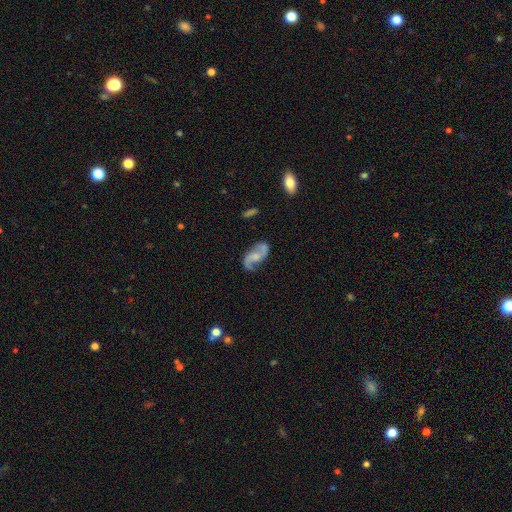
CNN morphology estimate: Smooth or featured?
  - featured or disk: 88% *
  - smooth: 8%
  - star or artifact: 5%
Edge-on disk?
  - no: 97% *
  - yes: 3%
Bar?
  - no: 50% *
  - weak: 39%
  - strong: 11%
Spiral arms?
  - yes: 97% *
  - no: 3%
Spiral winding?
  - loose: 58% *
  - medium: 34%
  - tight: 8%
Spiral arm count?
  - 2: 93% *
  - 1: 2%
  - can't tell: 2%
  - 3: 1%
  - 4: 1%
  - more than 4: 1%
Bulge size?
  - small: 39% *
  - moderate: 30%
  - none: 26%
  - large: 4%
  - dominant: 1%
Merging?
  - none: 76% *
  - minor disturbance: 16%
  - major disturbance: 6%
  - merger: 2%